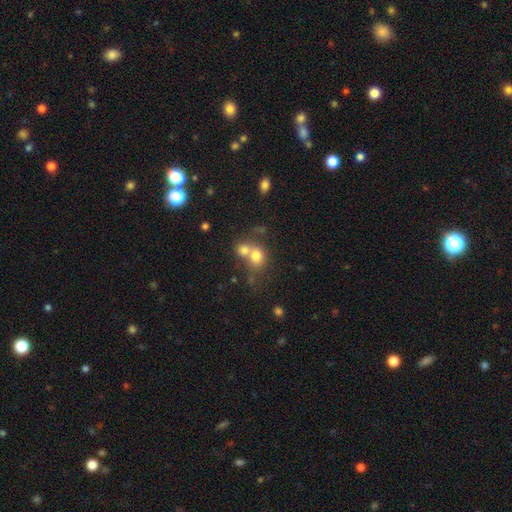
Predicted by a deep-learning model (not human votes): Morphology: type=smooth (74%); roundness=round (71%); merging=merger (58%).